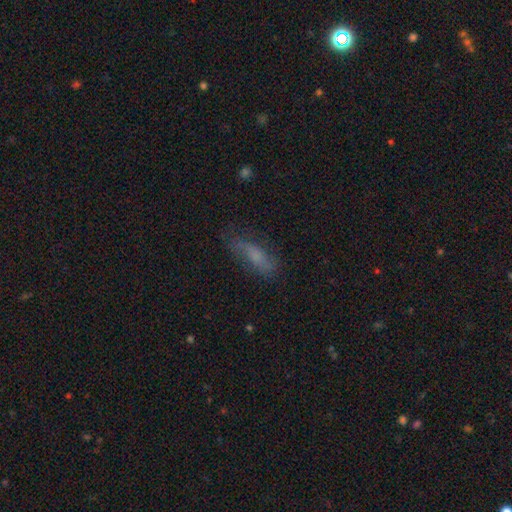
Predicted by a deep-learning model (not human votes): Smooth or featured? Predicted: smooth (p=0.55). How rounded? Predicted: in between (p=0.50). Merging? Predicted: none (p=0.66).